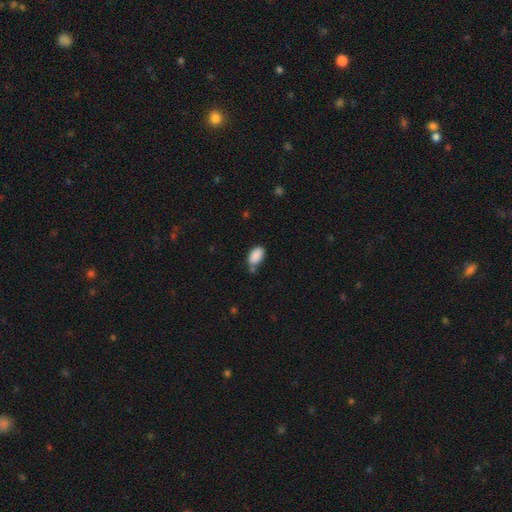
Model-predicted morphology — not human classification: The model was most divided on "merging": none: 63%, minor disturbance: 22%, merger: 10%, major disturbance: 5%. More confident: how rounded — in between (93%); smooth or featured — smooth (89%).